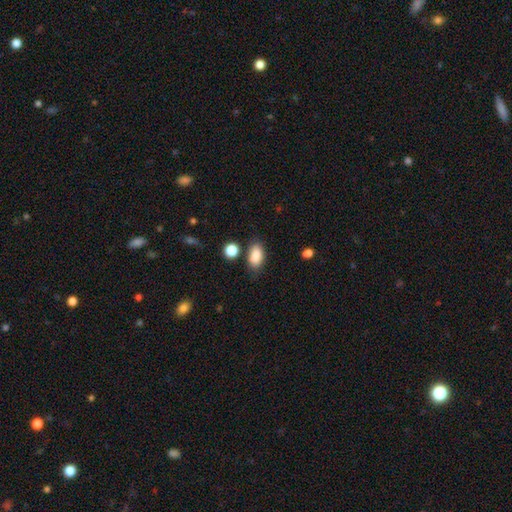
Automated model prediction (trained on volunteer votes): smooth-or-featured: smooth: 88% | star or artifact: 7% | featured or disk: 5%
  how-rounded: in between: 91% | round: 6% | cigar-shaped: 3%
  merging: none: 78% | minor disturbance: 14% | merger: 5% | major disturbance: 3%